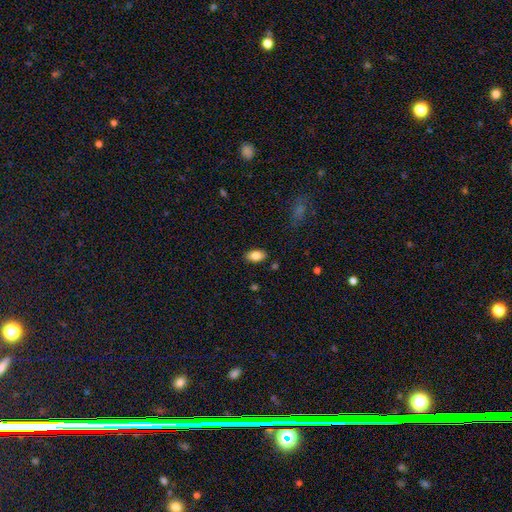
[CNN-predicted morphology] Overall: smooth (83%). How rounded: in between (92%). Merging: none (86%).